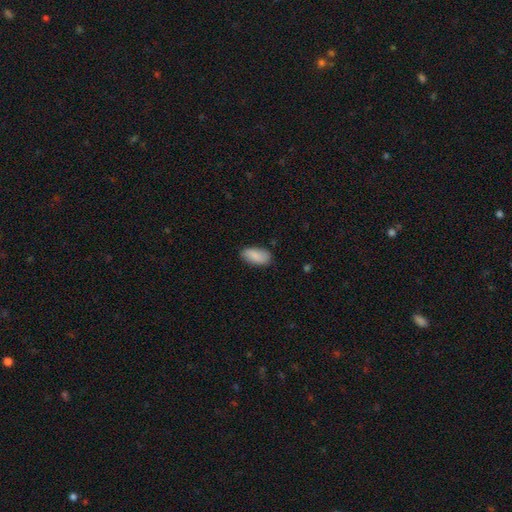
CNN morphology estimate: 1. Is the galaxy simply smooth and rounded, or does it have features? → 86% smooth, 8% featured or disk, 6% star or artifact.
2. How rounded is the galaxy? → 92% in between, 6% cigar-shaped, 2% round.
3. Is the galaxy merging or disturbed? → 80% none, 16% minor disturbance, 3% major disturbance, 1% merger.